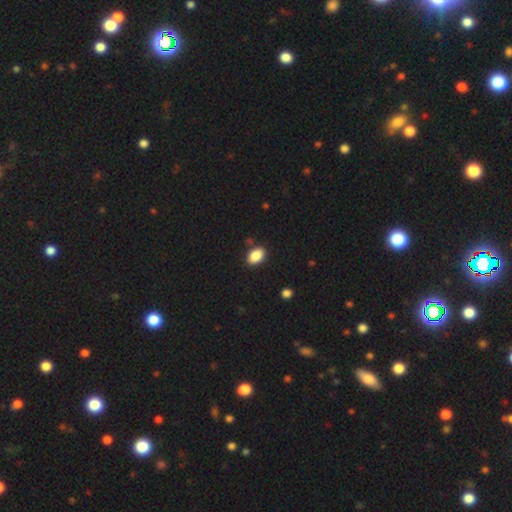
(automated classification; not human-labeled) The model was most divided on "merging": none: 86%, minor disturbance: 10%, major disturbance: 2%, merger: 2%. More confident: how rounded — in between (89%); smooth or featured — smooth (87%).